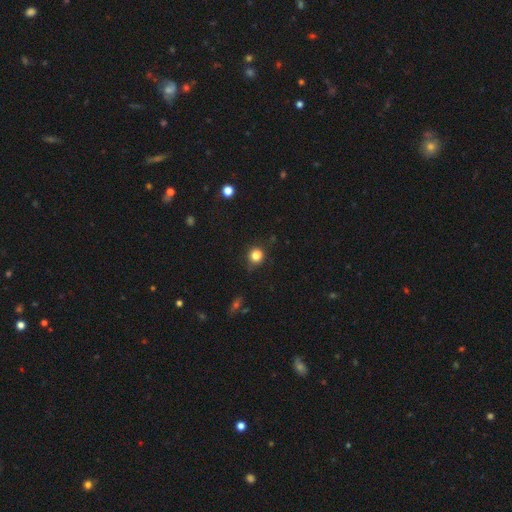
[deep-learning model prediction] A smooth galaxy with no disk features (82%) that is round (86%). Merging: none (81%).